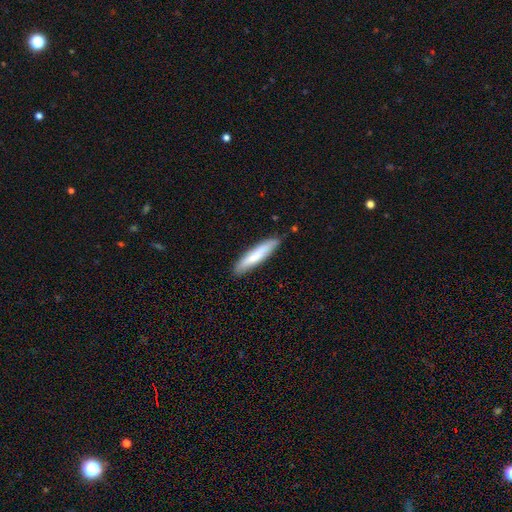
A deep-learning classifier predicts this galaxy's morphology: The model was most divided on "smooth or featured": smooth: 71%, featured or disk: 23%, star or artifact: 5%. More confident: how rounded — cigar-shaped (87%); merging — none (83%).